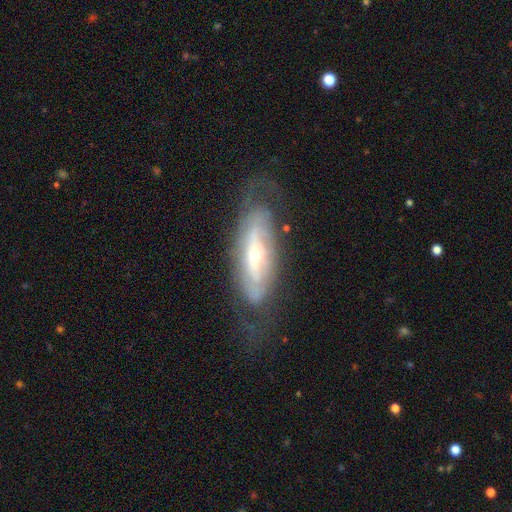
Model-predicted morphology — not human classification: A featured or disk galaxy (77%) with no bar (49%), spiral arms (70%) and a small central bulge (55%). Merging: none (66%).